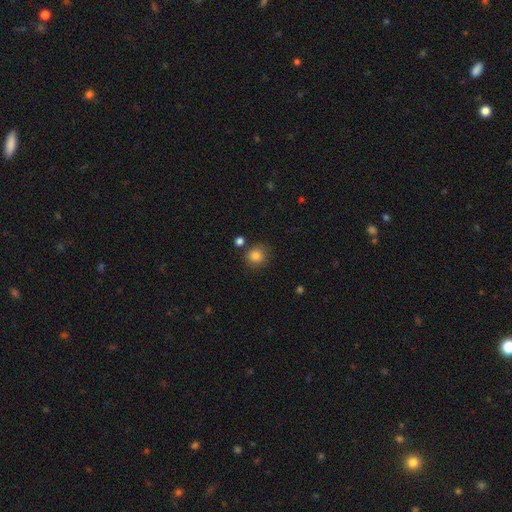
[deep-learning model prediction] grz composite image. It shows a smooth galaxy with no disk features (84%) that is round (88%). Merging: none (81%).